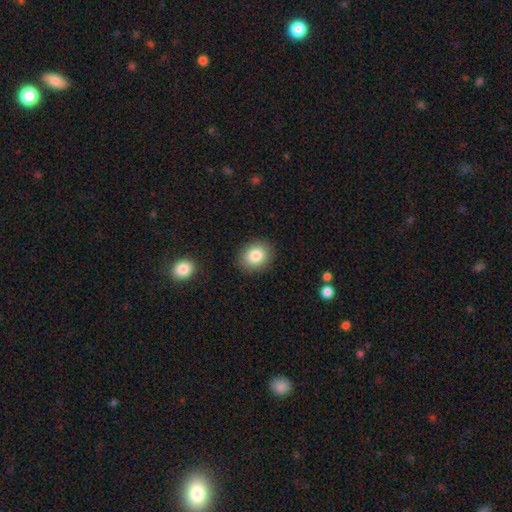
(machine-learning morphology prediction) Overall: smooth (83%). How rounded: round (61%; in between 38%). Merging: none (88%).